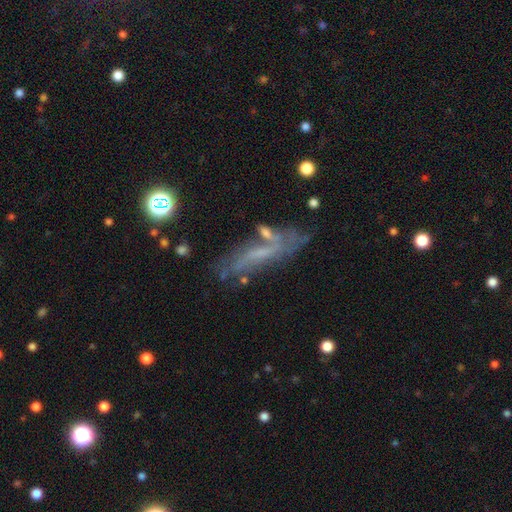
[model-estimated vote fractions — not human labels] The model was most divided on "edge-on disk": no: 58%, yes: 42%. More confident: smooth or featured — featured or disk (58%); merging — none (53%).